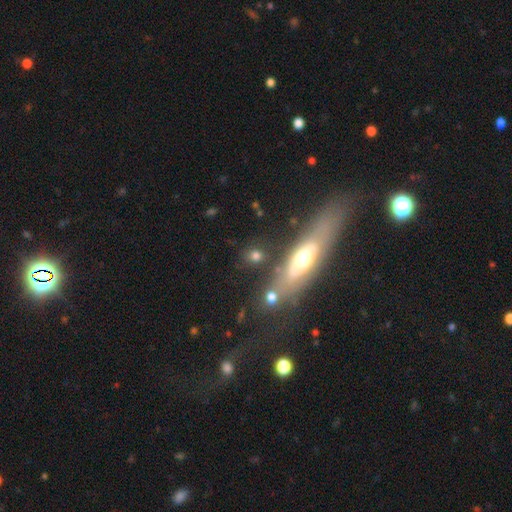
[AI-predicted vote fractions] Overall: smooth (70%). How rounded: round (57%; in between 33%). Merging: none (72%).